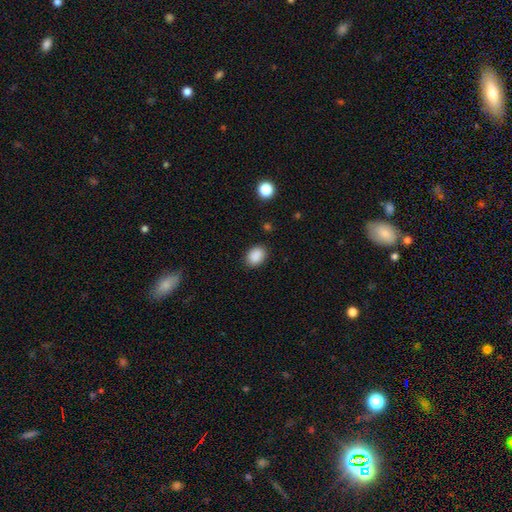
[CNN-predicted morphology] Smooth or featured: smooth — 88% (star or artifact — 9%)
How rounded: in between — 73% (round — 26%)
Merging: none — 86% (minor disturbance — 10%)